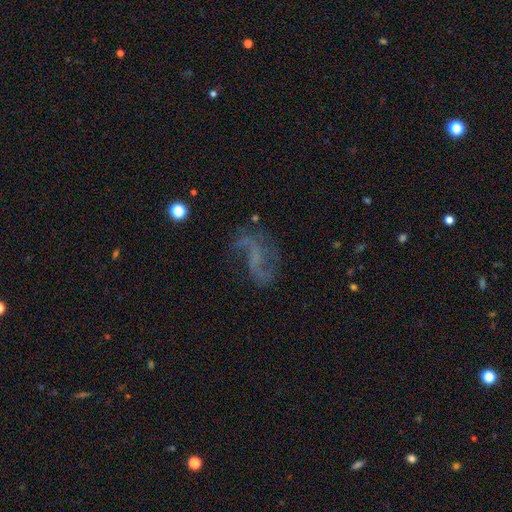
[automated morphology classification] Overall: featured or disk (74%). Edge-on disk: no (97%). Bar: no (46%; weak 37%). Spiral arms: yes (85%). Spiral arm count: 2 (77%). Spiral winding: loose (73%). Bulge size: none (68%). Merging: none (59%; major disturbance 20%).